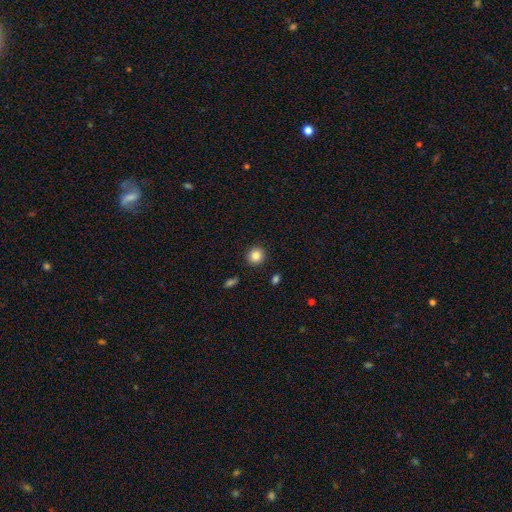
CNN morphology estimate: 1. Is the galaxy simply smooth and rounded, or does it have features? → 86% smooth, 10% star or artifact, 5% featured or disk.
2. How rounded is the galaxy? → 88% round, 11% in between, 1% cigar-shaped.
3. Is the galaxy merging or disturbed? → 90% none, 6% minor disturbance, 2% major disturbance, 2% merger.